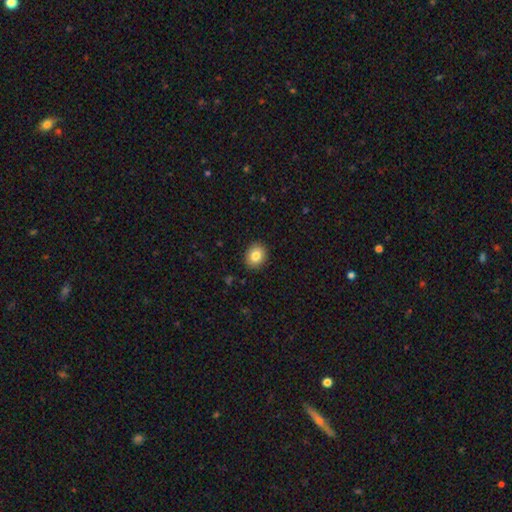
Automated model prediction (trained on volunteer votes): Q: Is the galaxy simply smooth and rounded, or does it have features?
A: smooth — 83%.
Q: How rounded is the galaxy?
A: round — 60%.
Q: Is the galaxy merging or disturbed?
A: none — 91%.